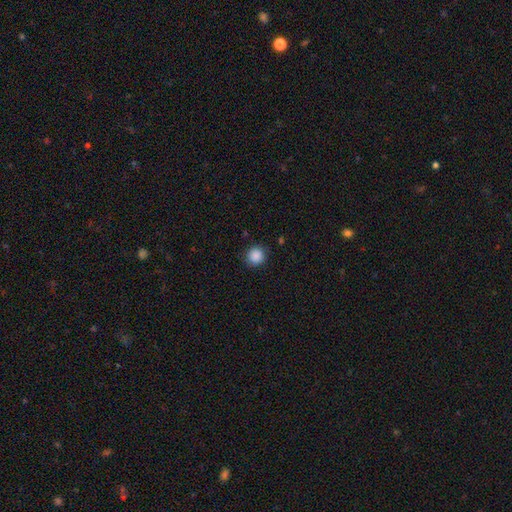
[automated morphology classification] Smooth or featured?
  - smooth: 88% *
  - star or artifact: 10%
  - featured or disk: 3%
How rounded?
  - round: 93% *
  - in between: 6%
  - cigar-shaped: 1%
Merging?
  - none: 89% *
  - minor disturbance: 8%
  - major disturbance: 2%
  - merger: 1%